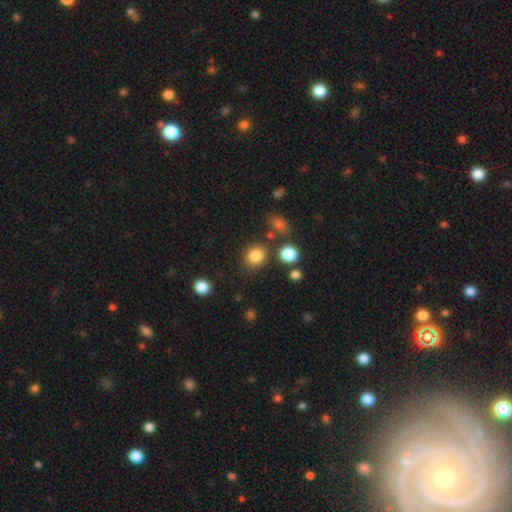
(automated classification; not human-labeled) A smooth galaxy with no disk features (83%) that is round (65%). Merging: none (77%).